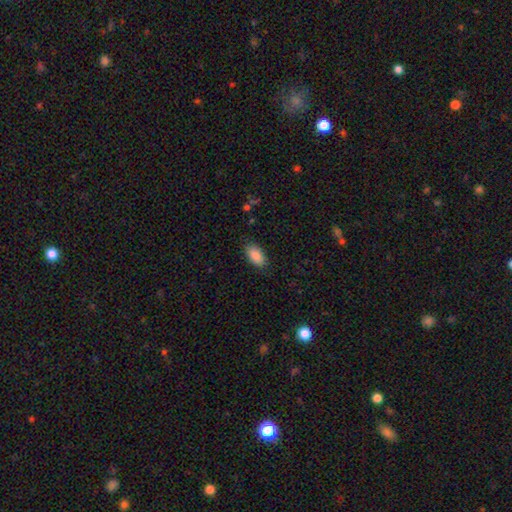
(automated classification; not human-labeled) The model was most divided on "merging": none: 86%, minor disturbance: 10%, major disturbance: 2%, merger: 1%. More confident: how rounded — in between (93%); smooth or featured — smooth (89%).